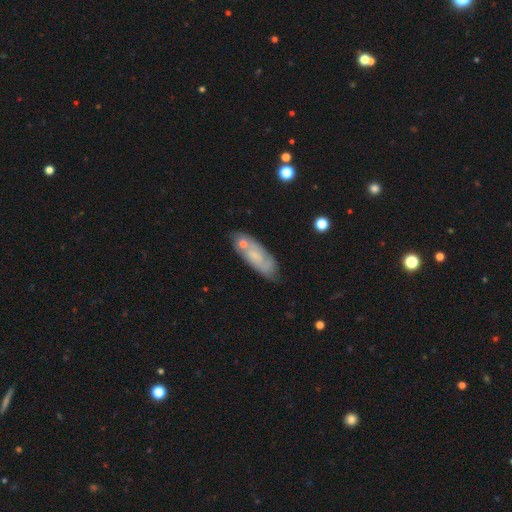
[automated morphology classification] Smooth or featured?
  - smooth: 49% *
  - featured or disk: 43%
  - star or artifact: 8%
Merging?
  - none: 66% *
  - minor disturbance: 20%
  - merger: 9%
  - major disturbance: 5%